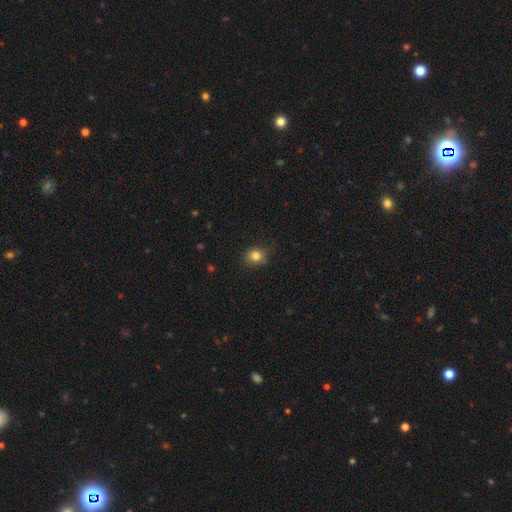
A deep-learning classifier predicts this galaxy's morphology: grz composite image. It shows a smooth galaxy with no disk features (81%) that is round (73%). Merging: none (82%).